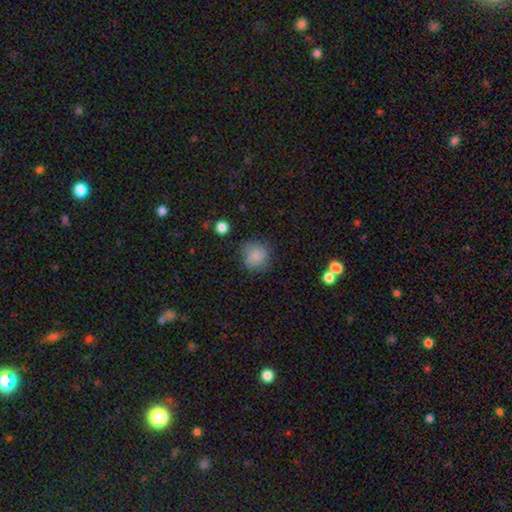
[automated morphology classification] A smooth galaxy with no disk features (83%) that is round (86%).

Vote fractions:
- Smooth or featured? smooth: 83% / star or artifact: 10% / featured or disk: 7%
- How rounded? round: 86% / in between: 13% / cigar-shaped: 1%
- Merging? none: 71% / minor disturbance: 20% / major disturbance: 6% / merger: 2%